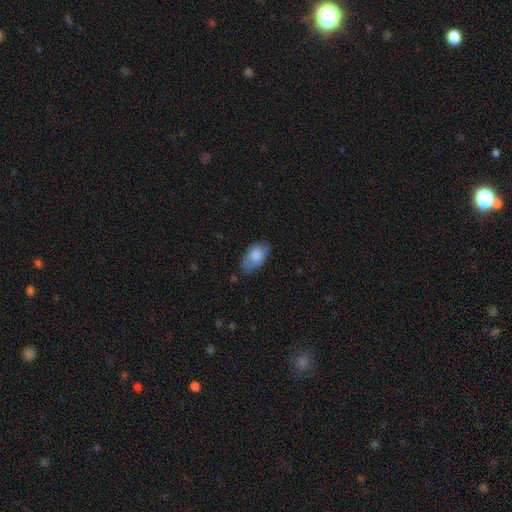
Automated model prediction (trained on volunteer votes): The model was most divided on "merging": none: 69%, minor disturbance: 24%, major disturbance: 6%, merger: 2%. More confident: how rounded — in between (93%); smooth or featured — smooth (81%).